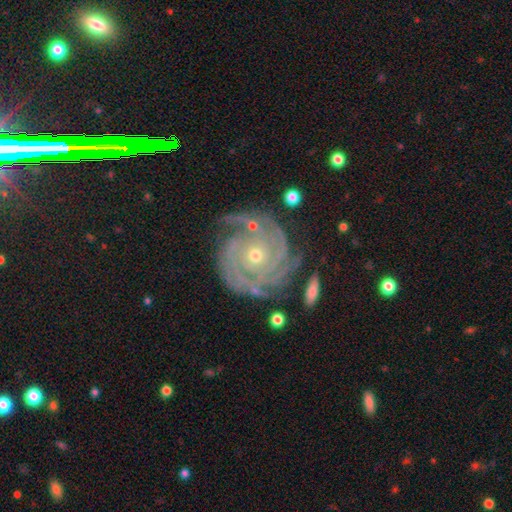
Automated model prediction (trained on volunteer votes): Q: Smooth or featured?
A: featured or disk (91%); runner-up: star or artifact (5%)
Q: Edge-on disk?
A: no (97%); runner-up: yes (3%)
Q: Bar?
A: no (81%); runner-up: weak (13%)
Q: Spiral arms?
A: yes (98%); runner-up: no (2%)
Q: Spiral winding?
A: tight (83%); runner-up: medium (14%)
Q: Spiral arm count?
A: 3 (29%); runner-up: 4 (22%)
Q: Bulge size?
A: small (57%); runner-up: moderate (41%)
Q: Merging?
A: none (71%); runner-up: minor disturbance (18%)